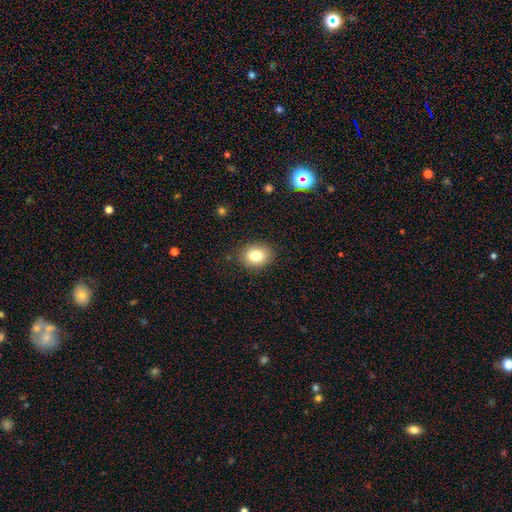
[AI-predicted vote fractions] This is clearly a smooth galaxy (82%). How rounded: possibly in between (56%). Merging: clearly none (86%).